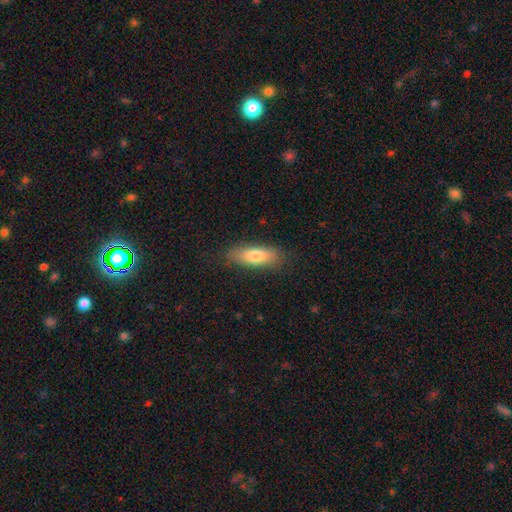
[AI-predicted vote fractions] A smooth galaxy with no disk features (76%) that is in between round and cigar-shaped (59%).

Vote fractions:
- Smooth or featured? smooth: 76% / featured or disk: 18% / star or artifact: 7%
- How rounded? in between: 59% / cigar-shaped: 39% / round: 2%
- Merging? none: 83% / minor disturbance: 13% / major disturbance: 3% / merger: 1%